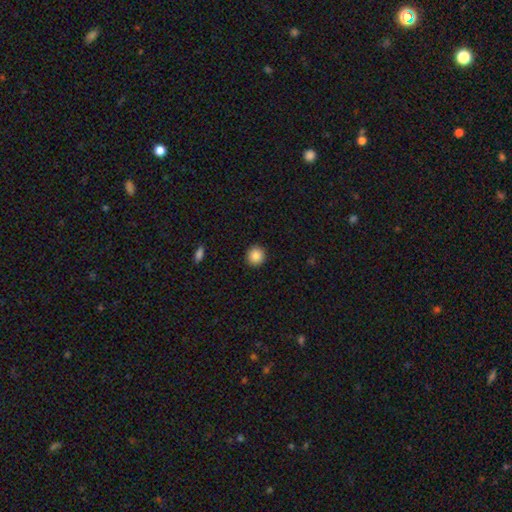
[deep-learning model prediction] Morphology: type=smooth (86%); roundness=round (93%); merging=none (93%).